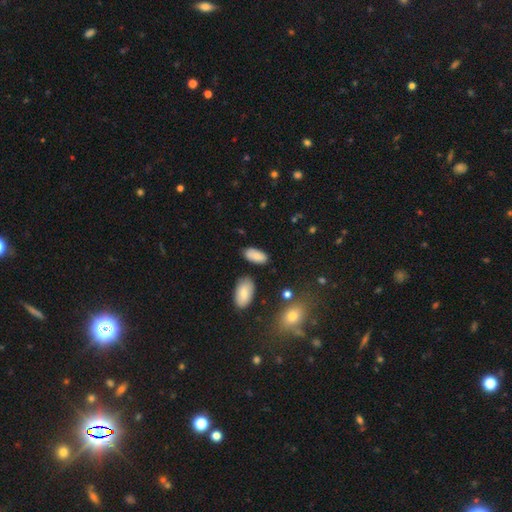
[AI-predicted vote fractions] A smooth galaxy with no disk features (82%) that is in between round and cigar-shaped (91%). Merging: none (78%).